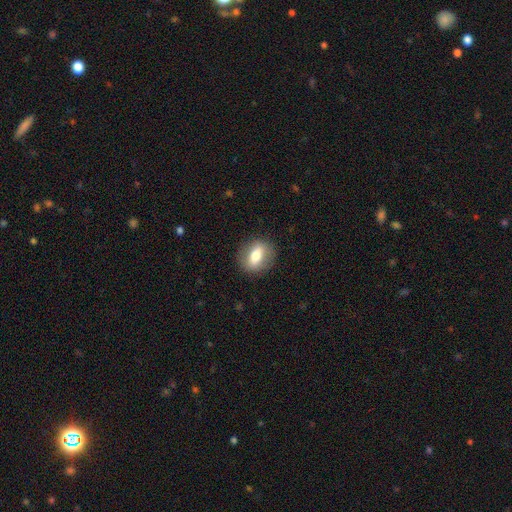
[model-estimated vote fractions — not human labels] Smooth or featured: smooth — 60% (featured or disk — 32%)
How rounded: in between — 55% (round — 40%)
Merging: none — 86% (minor disturbance — 9%)